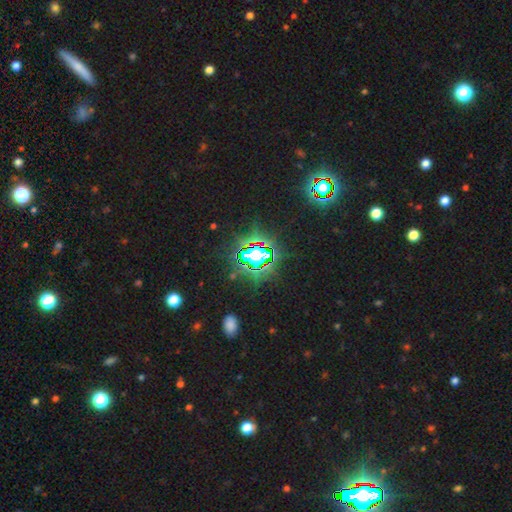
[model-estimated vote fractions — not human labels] Smooth or featured? star or artifact (77%)